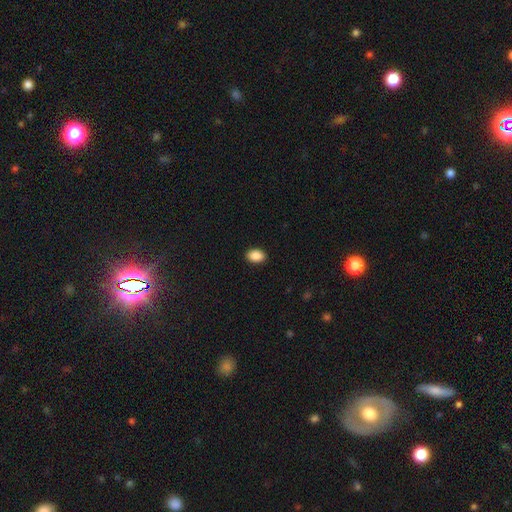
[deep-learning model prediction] Smooth or featured? Predicted: smooth (p=0.89). How rounded? Predicted: in between (p=0.85). Merging? Predicted: none (p=0.91).